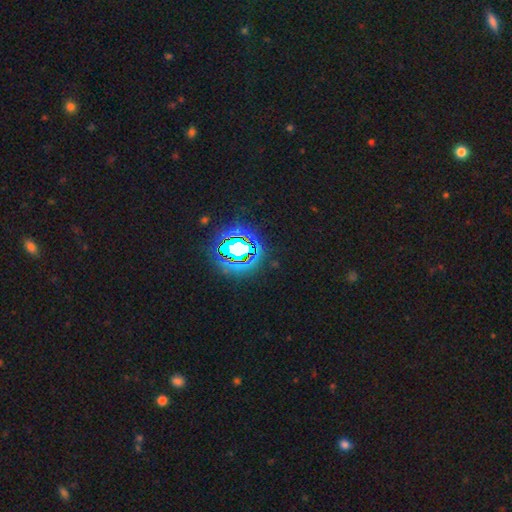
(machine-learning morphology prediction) smooth-or-featured: star or artifact: 83% | smooth: 11% | featured or disk: 6%